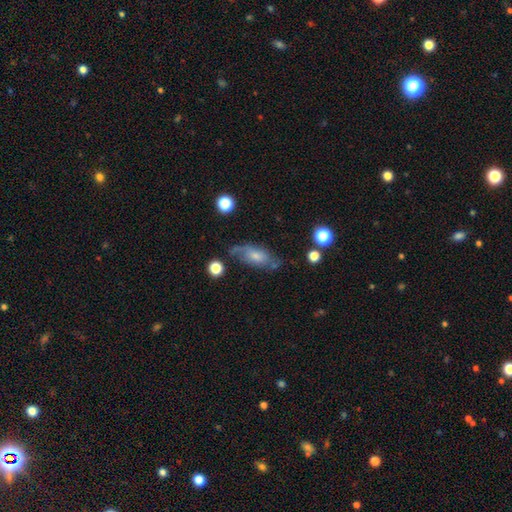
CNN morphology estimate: A featured or disk galaxy (48%).

Vote fractions:
- Smooth or featured? featured or disk: 48% / smooth: 43% / star or artifact: 9%
- Merging? none: 57% / minor disturbance: 26% / major disturbance: 13% / merger: 5%